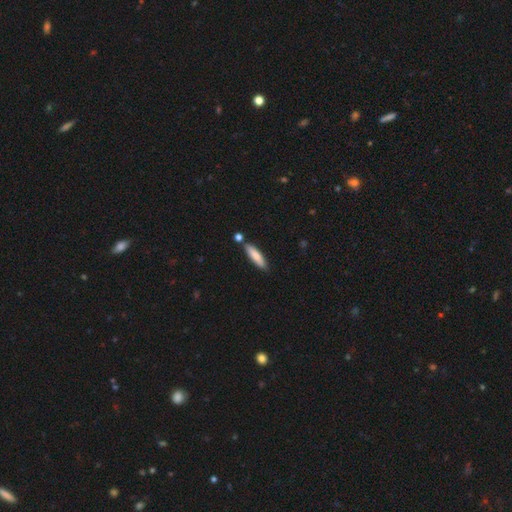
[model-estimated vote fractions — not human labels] Q: Smooth or featured?
A: smooth (78%); runner-up: featured or disk (16%)
Q: How rounded?
A: cigar-shaped (75%); runner-up: in between (24%)
Q: Merging?
A: none (80%); runner-up: minor disturbance (11%)